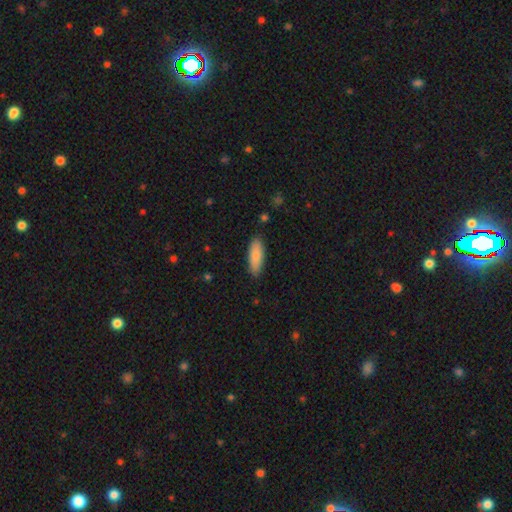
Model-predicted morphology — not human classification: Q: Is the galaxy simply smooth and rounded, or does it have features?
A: smooth — 87%.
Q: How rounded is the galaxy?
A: in between — 66%.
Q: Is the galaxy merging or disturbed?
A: none — 87%.